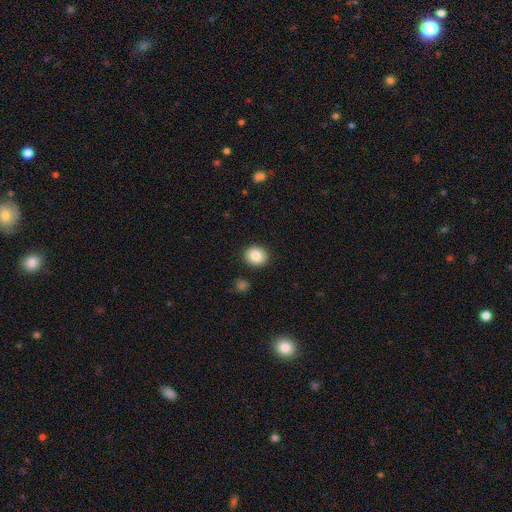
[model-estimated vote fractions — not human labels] smooth-or-featured: smooth: 85% | star or artifact: 8% | featured or disk: 7%
  how-rounded: round: 75% | in between: 24% | cigar-shaped: 1%
  merging: none: 89% | minor disturbance: 7% | merger: 2% | major disturbance: 2%